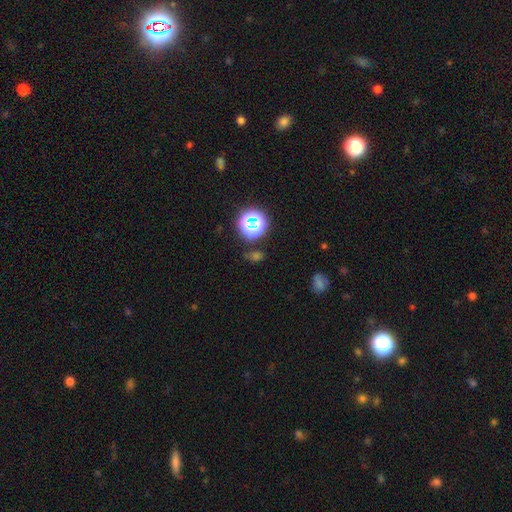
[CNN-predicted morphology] Smooth or featured?
  - star or artifact: 54% *
  - smooth: 36%
  - featured or disk: 10%